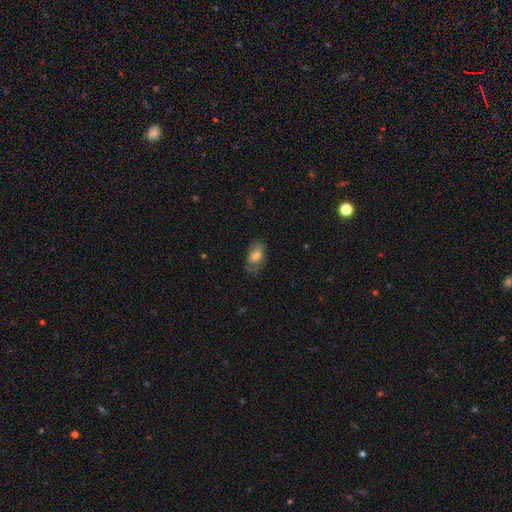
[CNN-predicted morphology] A smooth galaxy with no disk features (66%) that is in between round and cigar-shaped (88%).

Vote fractions:
- Smooth or featured? smooth: 66% / featured or disk: 26% / star or artifact: 8%
- How rounded? in between: 88% / round: 9% / cigar-shaped: 3%
- Merging? none: 57% / minor disturbance: 27% / major disturbance: 14% / merger: 1%